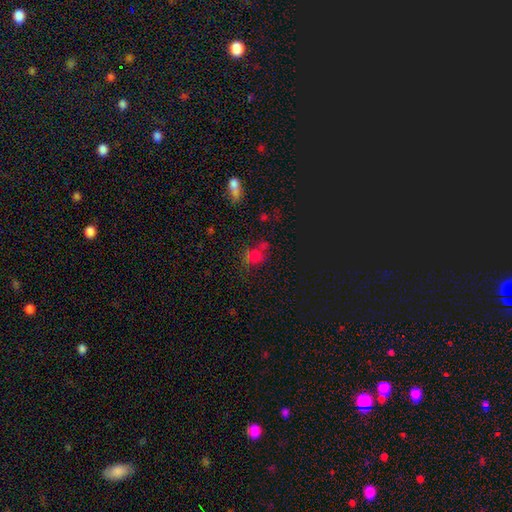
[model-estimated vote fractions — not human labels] Smooth or featured: smooth — 58% (star or artifact — 31%)
How rounded: round — 63% (in between — 35%)
Merging: none — 55% (merger — 20%)